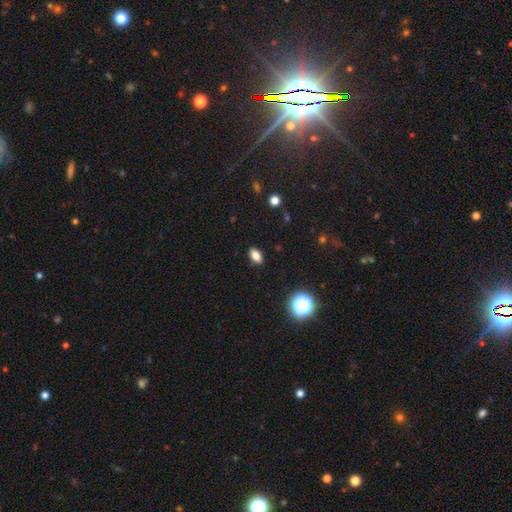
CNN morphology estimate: The model was most divided on "smooth or featured": smooth: 80%, star or artifact: 12%, featured or disk: 7%. More confident: merging — none (89%); how rounded — in between (86%).